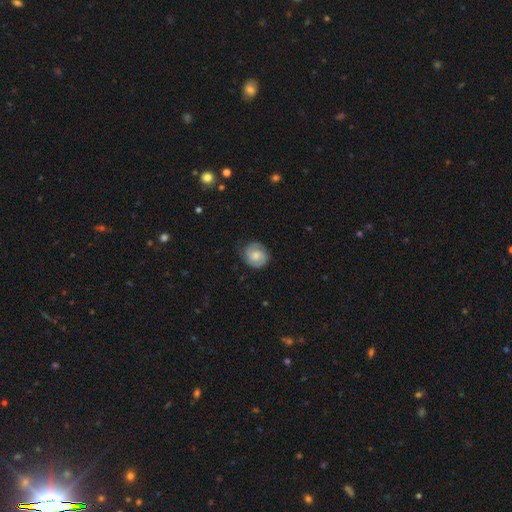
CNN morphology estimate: smooth-or-featured: featured or disk: 68% | smooth: 25% | star or artifact: 7%
  disk-edge-on: no: 98% | yes: 2%
    bar: no: 59% | weak: 35% | strong: 6%
    has-spiral-arms: yes: 95% | no: 5%
      spiral-winding: tight: 56% | medium: 36% | loose: 8%
      spiral-arm-count: 2: 82% | can't tell: 8% | 3: 5% | 1: 3% | 4: 1% | more than 4: 1%
    bulge-size: moderate: 49% | small: 36% | none: 8% | large: 6% | dominant: 1%
  merging: none: 81% | minor disturbance: 14% | major disturbance: 4% | merger: 1%